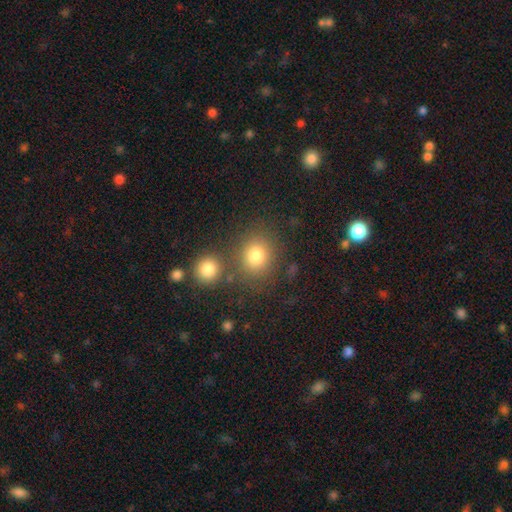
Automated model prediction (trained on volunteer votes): Morphology: type=smooth (79%); roundness=round (76%); merging=none (71%).